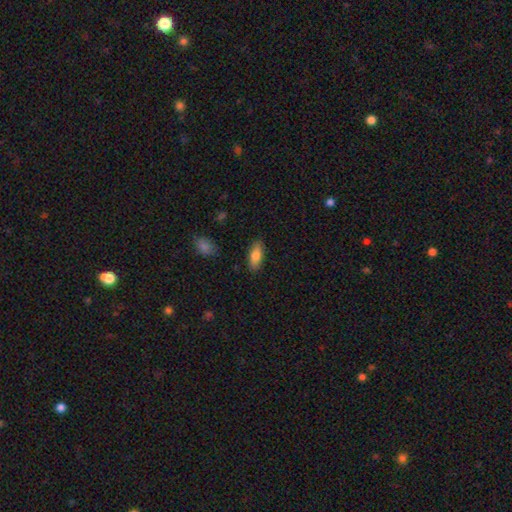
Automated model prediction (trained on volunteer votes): A smooth galaxy with no disk features (78%) that is in between round and cigar-shaped (76%). Merging: none (87%).